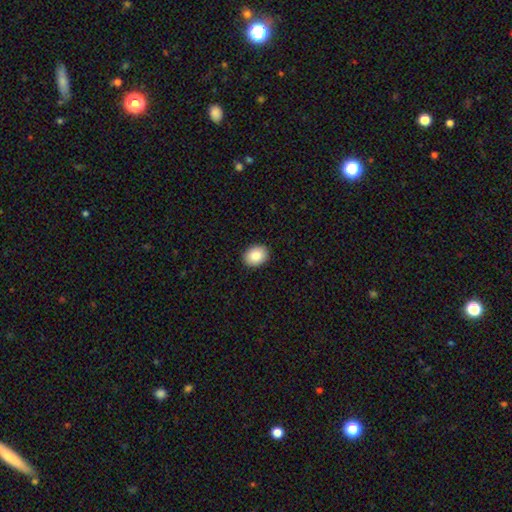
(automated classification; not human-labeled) The model was most divided on "how rounded": in between: 55%, round: 44%, cigar-shaped: 1%. More confident: merging — none (91%); smooth or featured — smooth (86%).